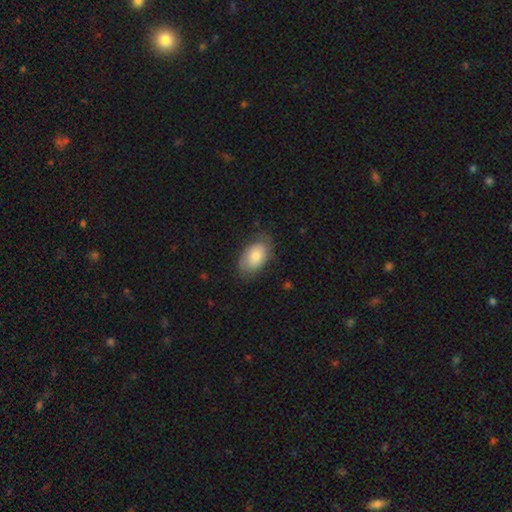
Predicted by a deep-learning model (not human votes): Smooth or featured?
  - smooth: 79% *
  - featured or disk: 14%
  - star or artifact: 6%
How rounded?
  - in between: 92% *
  - round: 6%
  - cigar-shaped: 1%
Merging?
  - none: 74% *
  - minor disturbance: 20%
  - major disturbance: 5%
  - merger: 1%